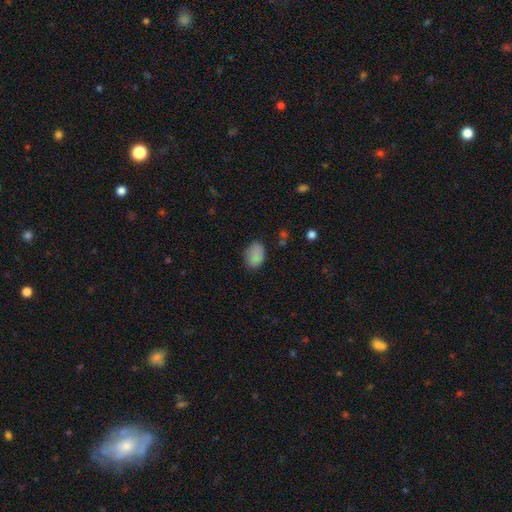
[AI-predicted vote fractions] A smooth galaxy with no disk features (87%) that is in between round and cigar-shaped (83%). Merging: none (79%).